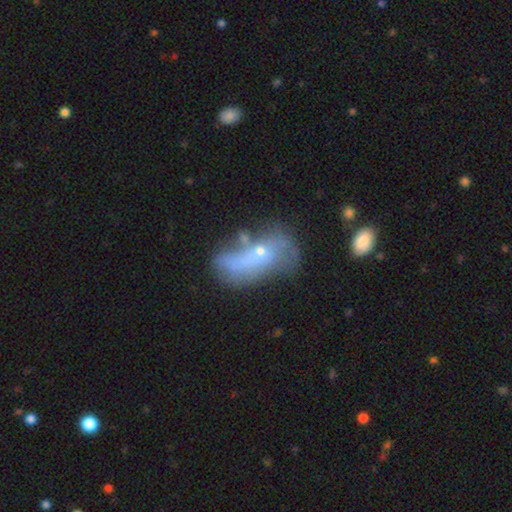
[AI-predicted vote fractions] smooth_or_featured: featured or disk (p=0.54) [alt: smooth p=0.35]
disk_edge_on: no (p=0.88) [alt: yes p=0.12]
merging: none (p=0.31) [alt: major disturbance p=0.26]